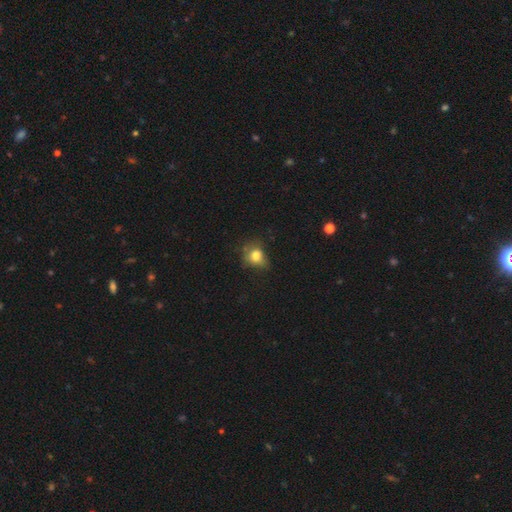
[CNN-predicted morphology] smooth 76%, featured or disk 12%, star or artifact 11%. Down the decision tree: how rounded — round (55%); merging — none (47%).